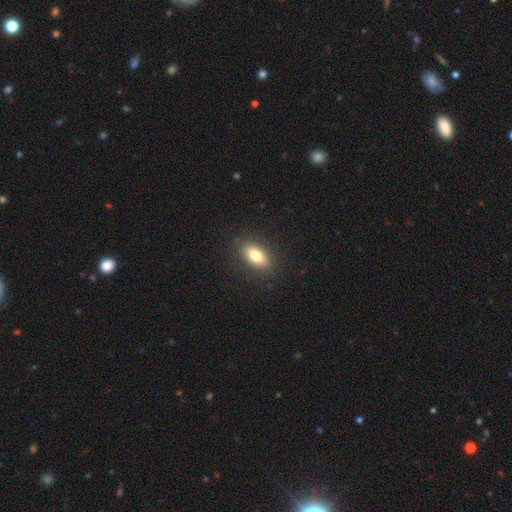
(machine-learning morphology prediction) Q: Smooth or featured?
A: smooth (78%); runner-up: featured or disk (14%)
Q: How rounded?
A: in between (89%); runner-up: round (7%)
Q: Merging?
A: none (87%); runner-up: minor disturbance (9%)